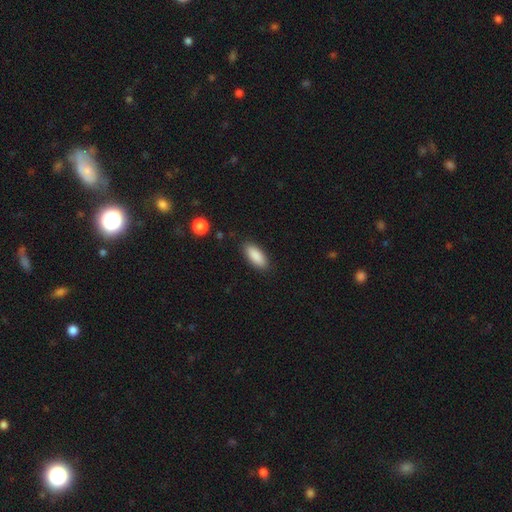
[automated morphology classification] Smooth or featured?
  - smooth: 89% *
  - star or artifact: 6%
  - featured or disk: 5%
How rounded?
  - in between: 79% *
  - cigar-shaped: 19%
  - round: 2%
Merging?
  - none: 87% *
  - minor disturbance: 9%
  - major disturbance: 2%
  - merger: 1%